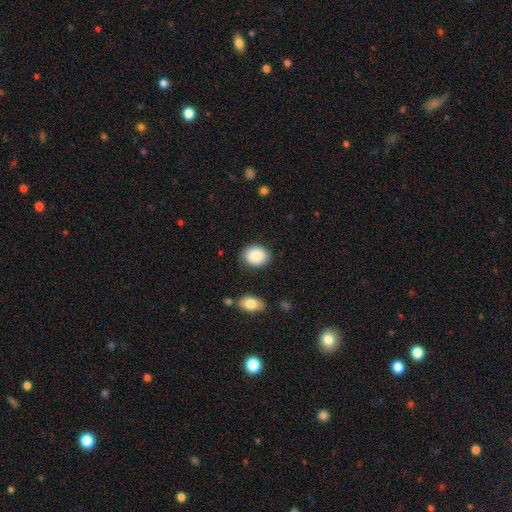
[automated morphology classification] Q: Smooth or featured?
A: smooth (85%); runner-up: featured or disk (8%)
Q: How rounded?
A: round (52%); runner-up: in between (47%)
Q: Merging?
A: none (85%); runner-up: minor disturbance (11%)